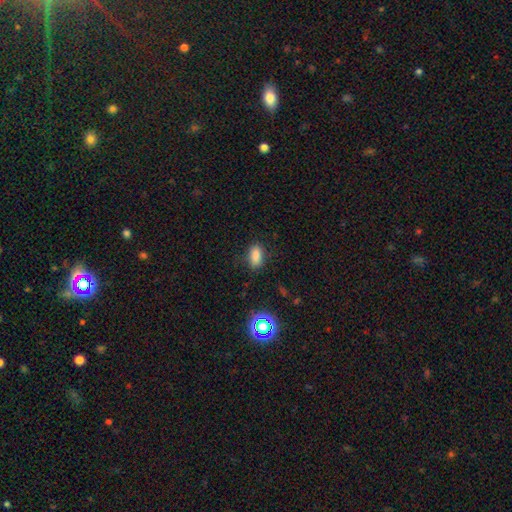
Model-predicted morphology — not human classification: Smooth or featured? smooth (84%)
How rounded? in between (88%)
Merging? none (84%)